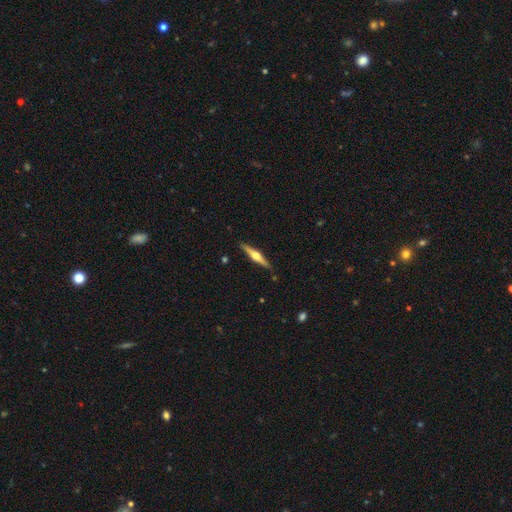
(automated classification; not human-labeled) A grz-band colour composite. It shows a featured or disk galaxy (73%) viewed edge-on (98%) with a rounded central bulge (94%). Merging: none (90%).